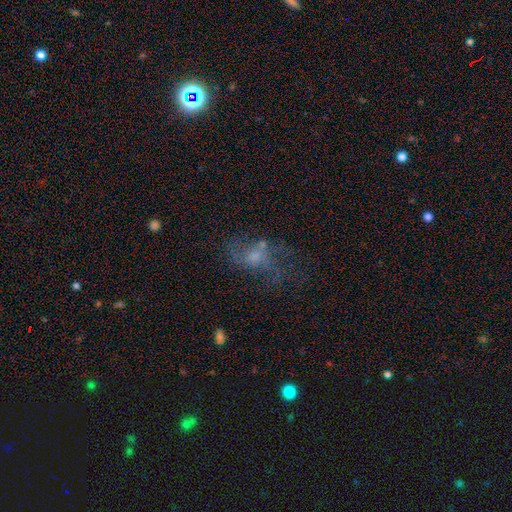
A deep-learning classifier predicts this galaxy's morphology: type=featured or disk (46%); merging=none (38%).